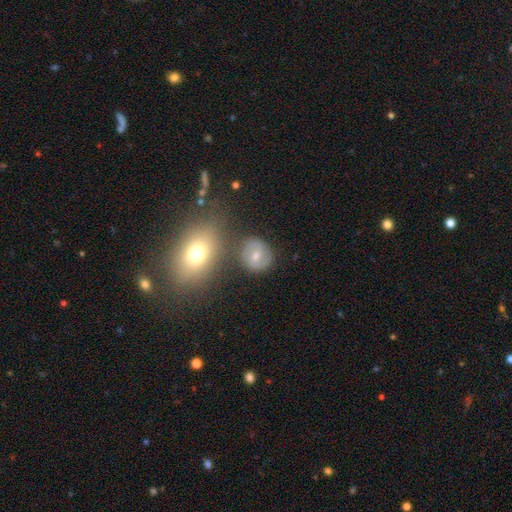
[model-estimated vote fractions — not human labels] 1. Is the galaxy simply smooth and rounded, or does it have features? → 53% smooth, 37% featured or disk, 9% star or artifact.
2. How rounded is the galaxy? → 80% round, 19% in between, 1% cigar-shaped.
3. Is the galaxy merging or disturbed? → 73% none, 14% minor disturbance, 9% merger, 5% major disturbance.